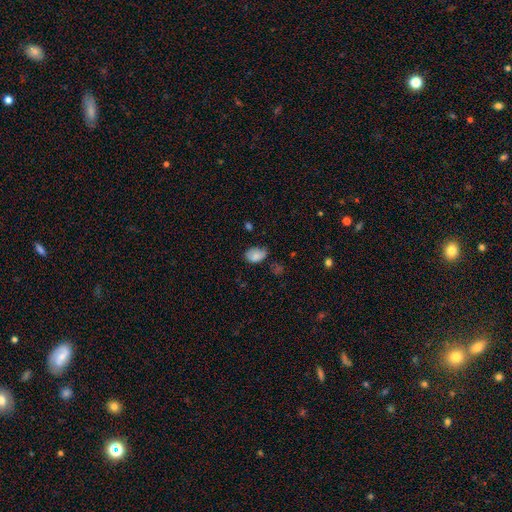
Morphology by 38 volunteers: type=smooth (89%); roundness=in between (79%); merging=none (63%).